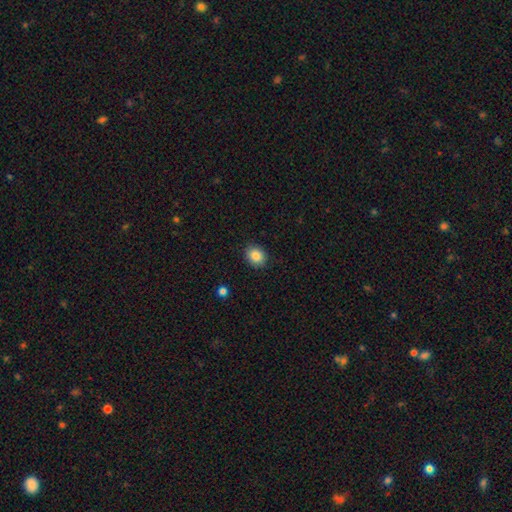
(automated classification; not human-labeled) Overall: smooth (86%). How rounded: round (59%; in between 40%). Merging: none (88%).